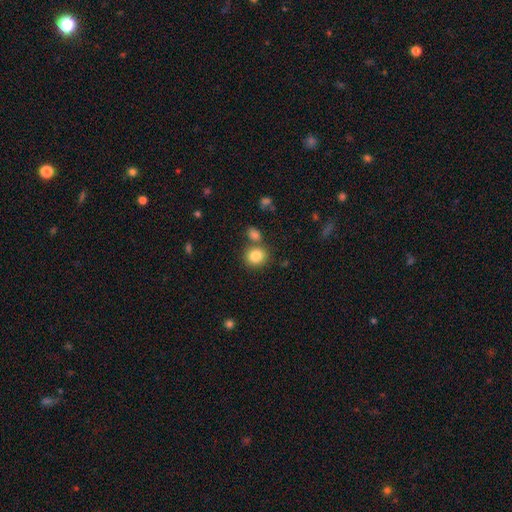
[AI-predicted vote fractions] A smooth galaxy with no disk features (84%) that is round (78%).

Vote fractions:
- Smooth or featured? smooth: 84% / star or artifact: 10% / featured or disk: 6%
- How rounded? round: 78% / in between: 21% / cigar-shaped: 1%
- Merging? none: 69% / merger: 19% / minor disturbance: 9% / major disturbance: 3%